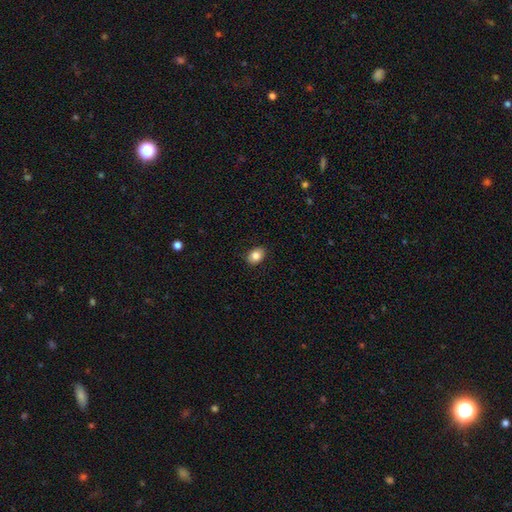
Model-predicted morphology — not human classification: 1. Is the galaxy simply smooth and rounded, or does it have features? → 85% smooth, 9% star or artifact, 7% featured or disk.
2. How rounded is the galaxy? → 72% in between, 27% round, 1% cigar-shaped.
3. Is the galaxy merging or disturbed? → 89% none, 9% minor disturbance, 2% major disturbance, 1% merger.